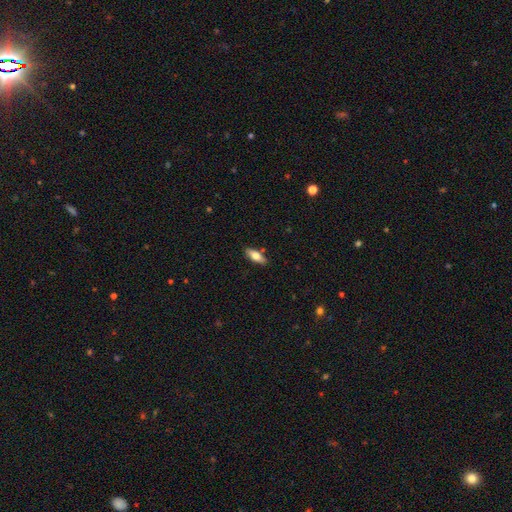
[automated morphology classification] A smooth galaxy with no disk features (68%) that is in between round and cigar-shaped (70%). Merging: none (86%).